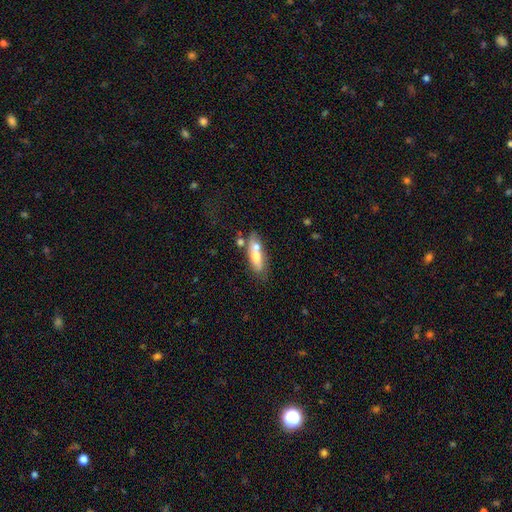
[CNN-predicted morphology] Smooth or featured? smooth (63%)
How rounded? in between (53%)
Merging? none (46%)